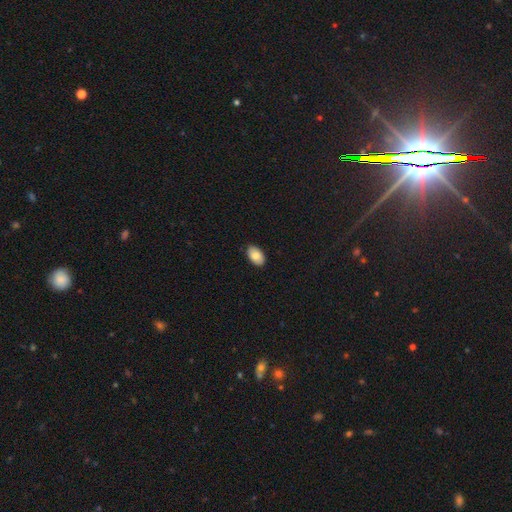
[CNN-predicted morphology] A smooth galaxy with no disk features (84%) that is in between round and cigar-shaped (93%). Merging: none (87%).